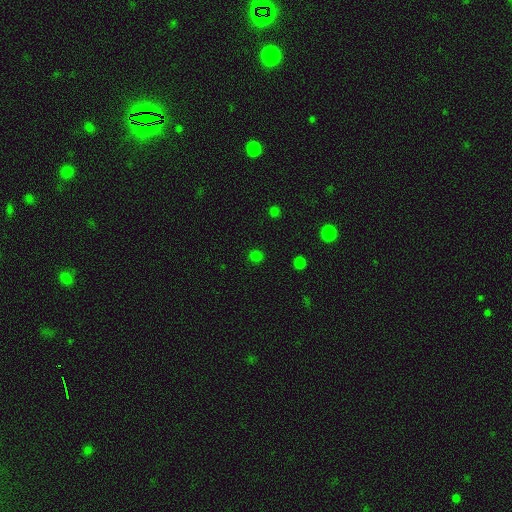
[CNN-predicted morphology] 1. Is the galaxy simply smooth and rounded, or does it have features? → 75% smooth, 22% star or artifact, 3% featured or disk.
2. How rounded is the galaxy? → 89% round, 10% in between, 1% cigar-shaped.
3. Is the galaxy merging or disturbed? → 90% none, 6% minor disturbance, 2% major disturbance, 2% merger.